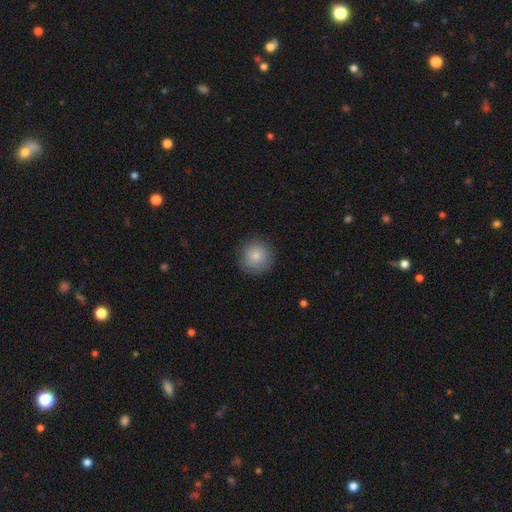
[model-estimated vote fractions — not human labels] Q: Smooth or featured?
A: smooth (86%); runner-up: star or artifact (8%)
Q: How rounded?
A: round (95%); runner-up: in between (4%)
Q: Merging?
A: none (88%); runner-up: minor disturbance (9%)